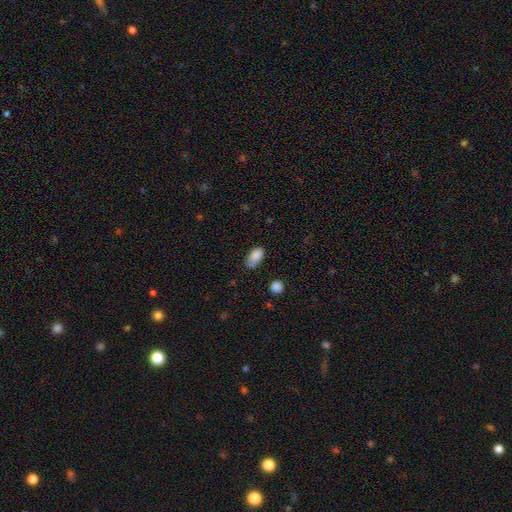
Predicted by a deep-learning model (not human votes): Smooth or featured? smooth (84%)
How rounded? in between (92%)
Merging? none (61%)